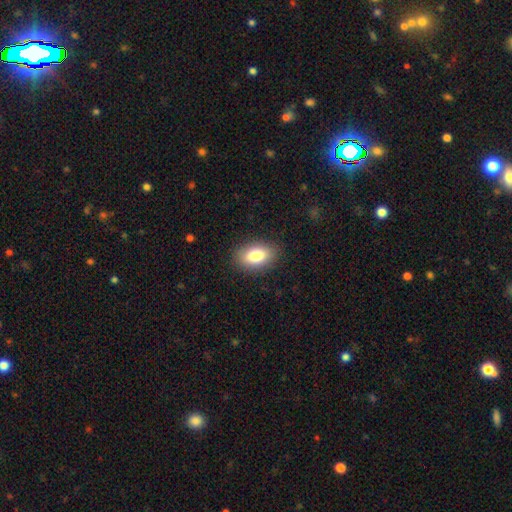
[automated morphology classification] Smooth or featured? Predicted: smooth (p=0.82). How rounded? Predicted: in between (p=0.90). Merging? Predicted: none (p=0.87).